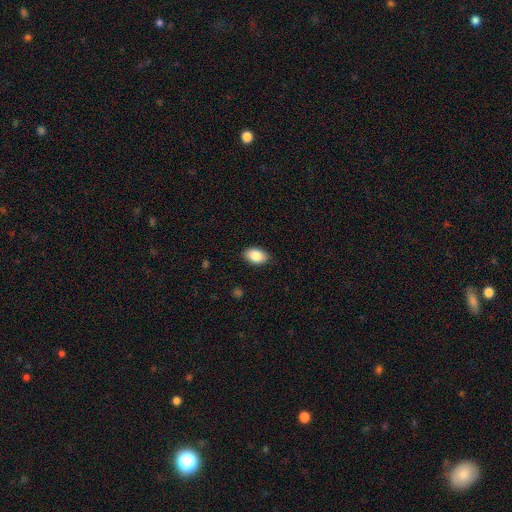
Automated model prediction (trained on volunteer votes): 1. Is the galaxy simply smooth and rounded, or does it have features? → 85% smooth, 7% star or artifact, 7% featured or disk.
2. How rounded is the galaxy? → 90% in between, 9% round, 1% cigar-shaped.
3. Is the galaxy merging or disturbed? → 87% none, 10% minor disturbance, 2% major disturbance, 1% merger.